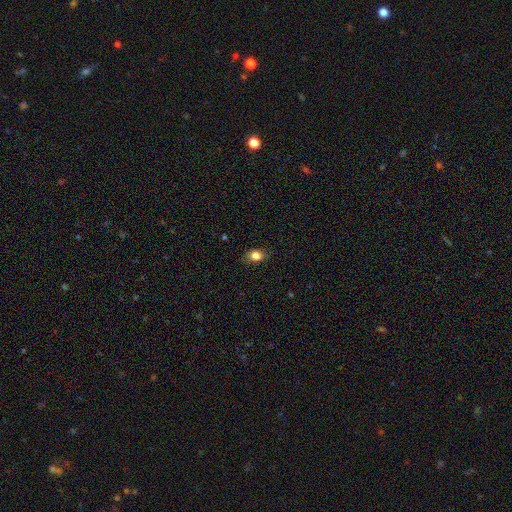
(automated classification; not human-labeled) This appears to be a smooth galaxy with no disk features (82%) that is in between round and cigar-shaped (72%). Merging: none (81%).